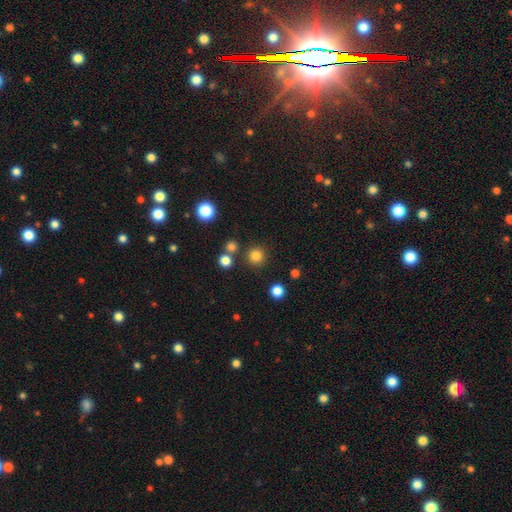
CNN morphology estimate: A smooth galaxy with no disk features (81%) that is round (95%).

Vote fractions:
- Smooth or featured? smooth: 81% / star or artifact: 15% / featured or disk: 4%
- How rounded? round: 95% / in between: 4% / cigar-shaped: 1%
- Merging? none: 86% / minor disturbance: 6% / merger: 6% / major disturbance: 3%